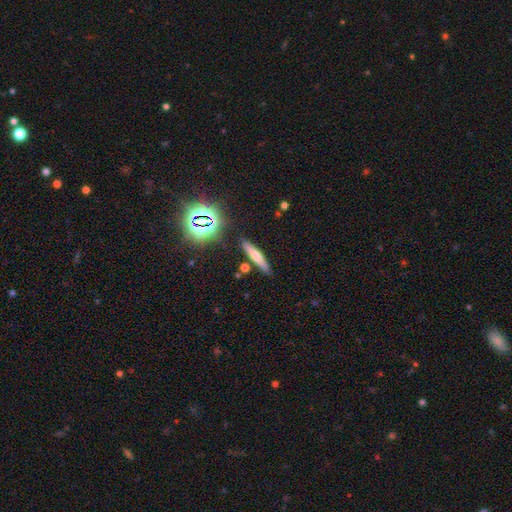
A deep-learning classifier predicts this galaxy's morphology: A smooth galaxy with no disk features (55%) that is cigar-shaped (87%). Merging: none (83%).